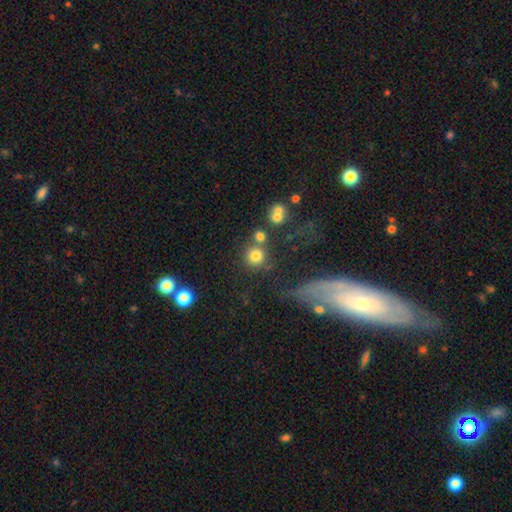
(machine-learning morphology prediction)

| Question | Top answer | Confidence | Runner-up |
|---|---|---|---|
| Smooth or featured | smooth | 76% | star or artifact (14%) |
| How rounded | round | 91% | in between (8%) |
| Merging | none | 63% | merger (20%) |